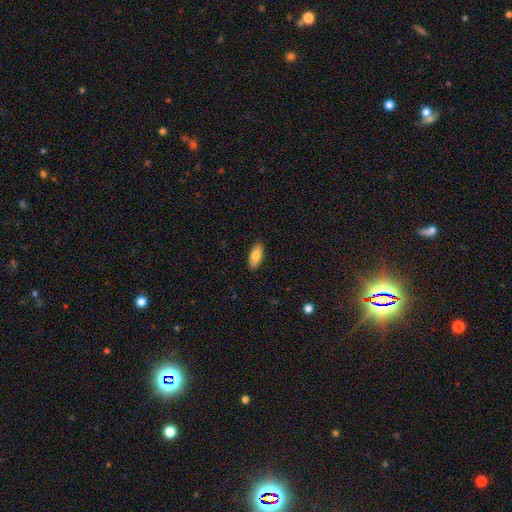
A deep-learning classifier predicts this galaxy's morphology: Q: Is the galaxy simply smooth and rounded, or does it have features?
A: smooth — 84%.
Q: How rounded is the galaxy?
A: in between — 83%.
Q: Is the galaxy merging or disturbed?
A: none — 89%.